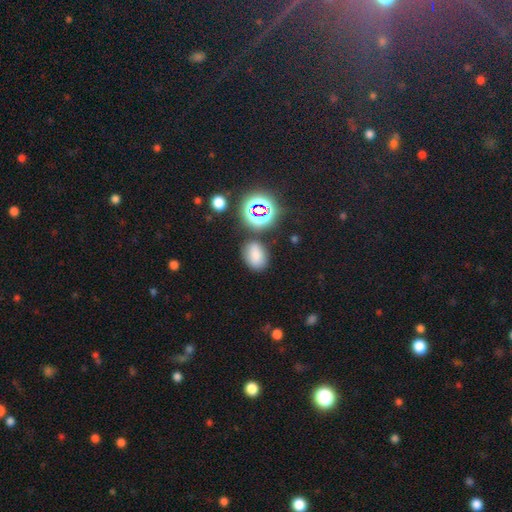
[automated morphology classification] Smooth or featured: smooth — 71% (star or artifact — 21%)
How rounded: in between — 72% (round — 27%)
Merging: none — 75% (minor disturbance — 13%)